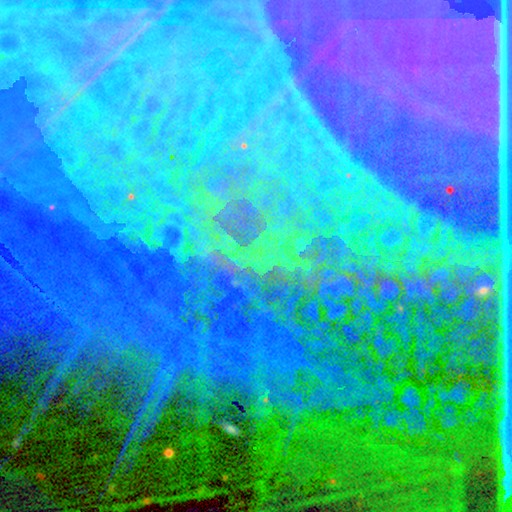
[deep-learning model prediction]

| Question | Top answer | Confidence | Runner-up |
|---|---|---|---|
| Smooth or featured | star or artifact | 84% | featured or disk (9%) |